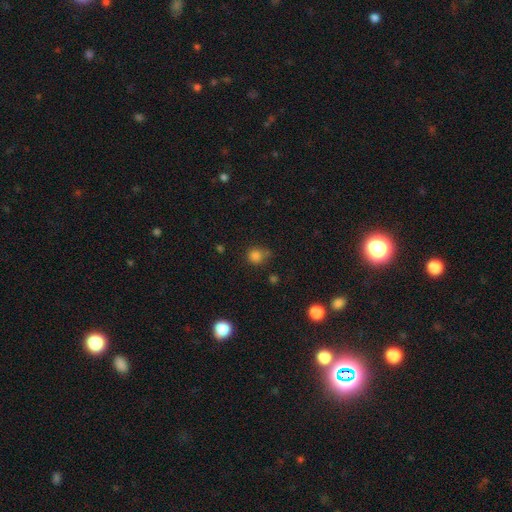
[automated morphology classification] Smooth or featured? smooth (81%)
How rounded? round (85%)
Merging? none (63%)